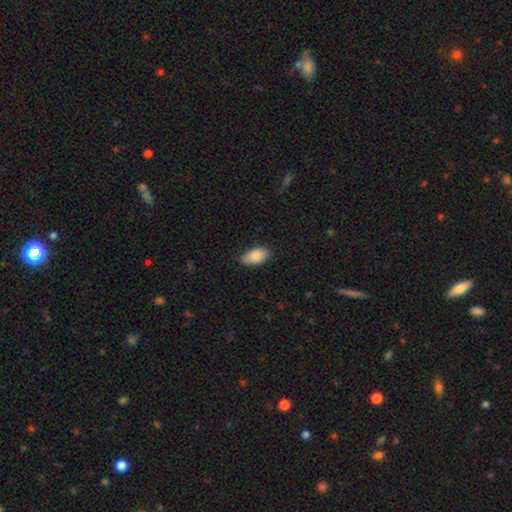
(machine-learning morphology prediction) The model was most divided on "merging": none: 78%, minor disturbance: 18%, major disturbance: 3%, merger: 1%. More confident: how rounded — in between (94%); smooth or featured — smooth (87%).